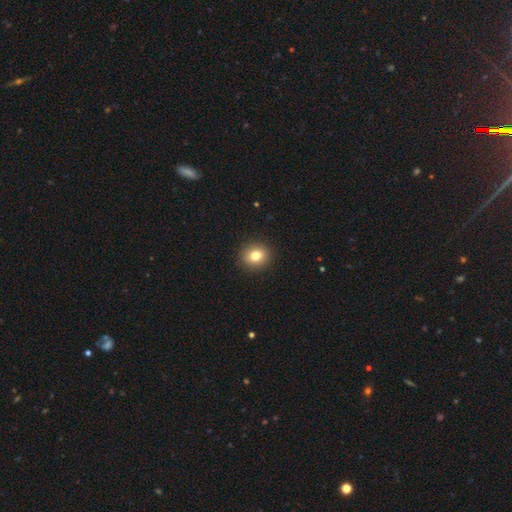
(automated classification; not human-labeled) Q: Smooth or featured?
A: smooth (81%); runner-up: star or artifact (10%)
Q: How rounded?
A: round (73%); runner-up: in between (26%)
Q: Merging?
A: none (91%); runner-up: minor disturbance (6%)